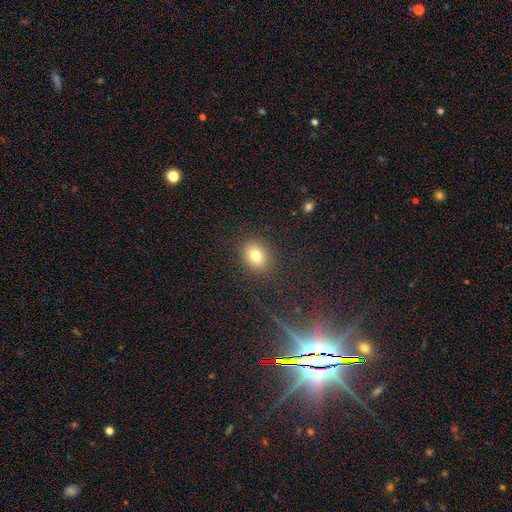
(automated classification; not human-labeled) Smooth or featured? smooth (78%)
How rounded? in between (55%)
Merging? none (86%)